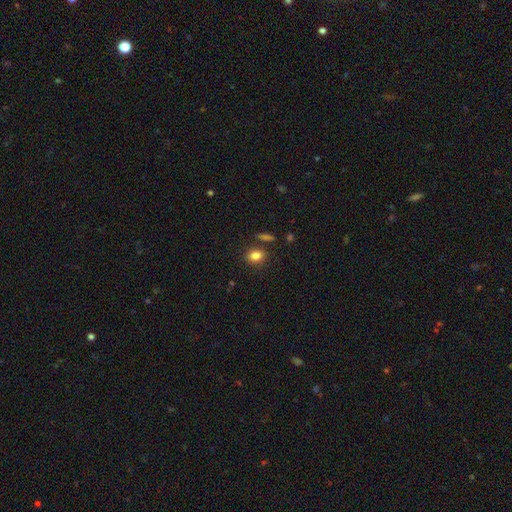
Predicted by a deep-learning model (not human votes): This appears to be a smooth galaxy with no disk features (83%) that is in between round and cigar-shaped (58%). Merging: none (80%).